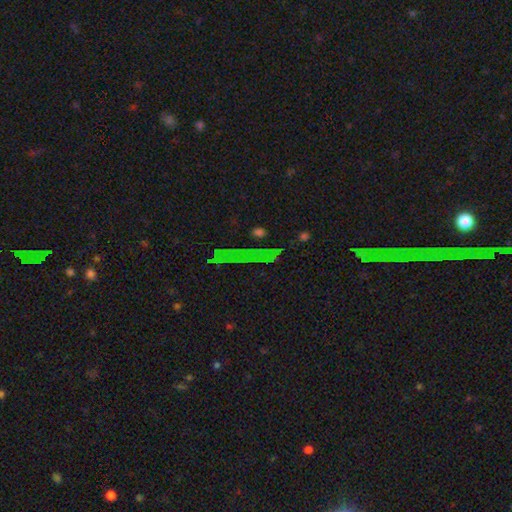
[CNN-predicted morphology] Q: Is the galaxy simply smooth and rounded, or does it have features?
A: star or artifact — 66%.